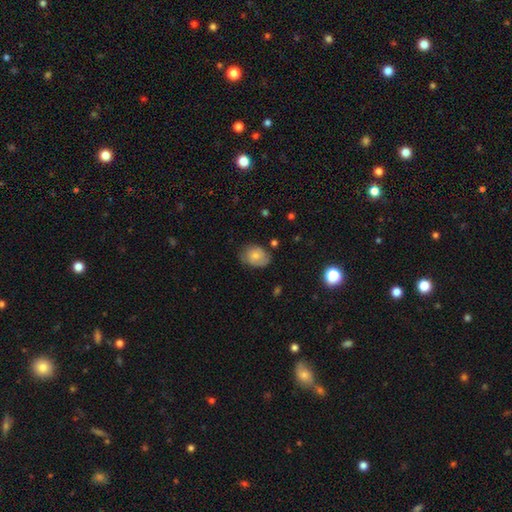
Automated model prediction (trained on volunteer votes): Overall: smooth (68%). How rounded: in between (65%; round 34%). Merging: none (64%; minor disturbance 28%).